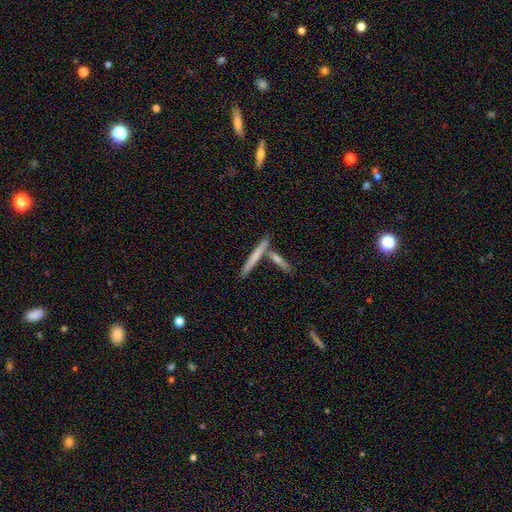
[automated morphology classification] Smooth or featured? Predicted: smooth (p=0.55). How rounded? Predicted: cigar-shaped (p=0.94). Merging? Predicted: none (p=0.70).